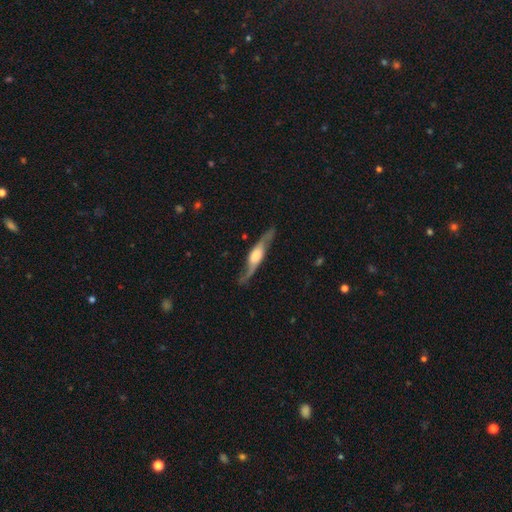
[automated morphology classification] type=featured or disk (77%); edge-on=yes (69%); edge-on bulge=rounded (73%); merging=none (81%).